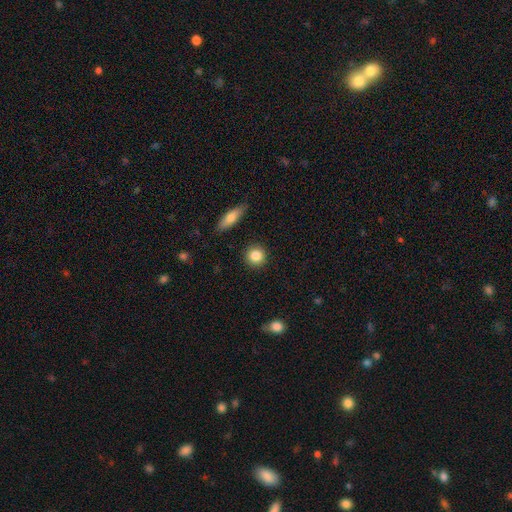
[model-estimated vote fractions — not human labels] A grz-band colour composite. It shows a smooth galaxy with no disk features (85%) that is round (90%). Merging: none (91%).